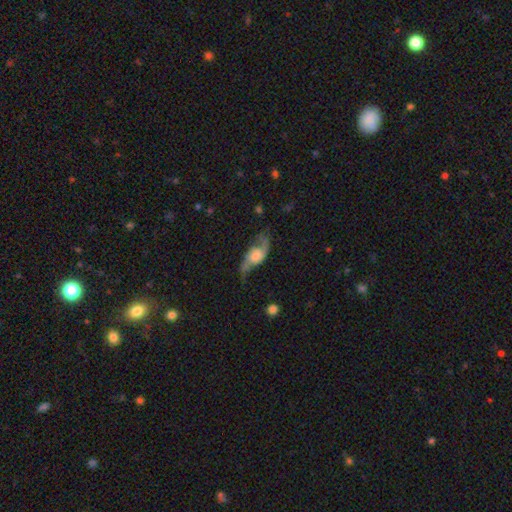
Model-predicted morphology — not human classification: Smooth or featured? featured or disk (78%)
Edge-on disk? no (91%)
Bar? no (67%)
Spiral arms? yes (93%)
Spiral winding? loose (70%)
Spiral arm count? 2 (90%)
Bulge size? moderate (42%)
Merging? none (59%)